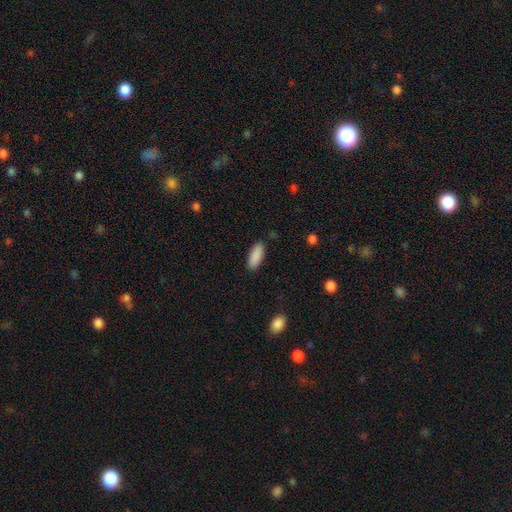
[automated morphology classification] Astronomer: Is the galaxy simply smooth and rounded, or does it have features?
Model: smooth — 90%.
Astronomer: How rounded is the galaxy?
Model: in between — 75%.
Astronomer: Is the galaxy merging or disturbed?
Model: none — 88%.